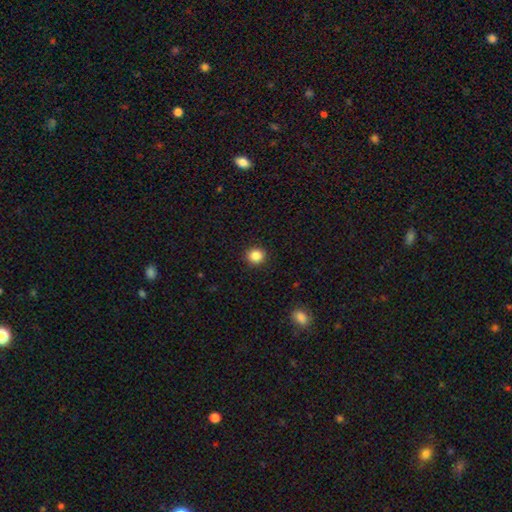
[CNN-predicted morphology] This is clearly a smooth galaxy (86%). How rounded: clearly round (88%). Merging: clearly none (92%).